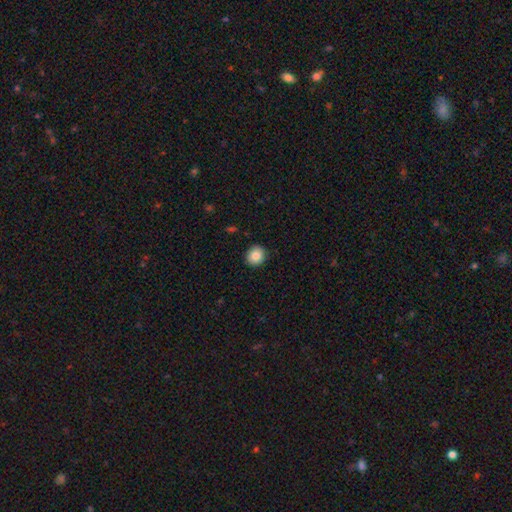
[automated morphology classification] smooth-or-featured: smooth: 86% | star or artifact: 9% | featured or disk: 6%
  how-rounded: round: 82% | in between: 17% | cigar-shaped: 1%
  merging: none: 91% | minor disturbance: 6% | major disturbance: 2% | merger: 1%